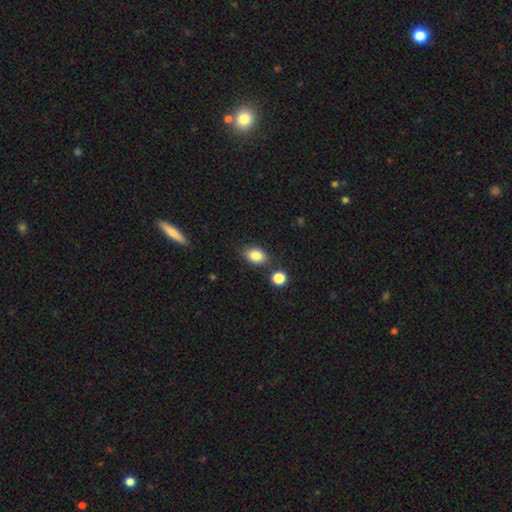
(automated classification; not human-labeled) smooth-or-featured: smooth: 84% | star or artifact: 9% | featured or disk: 7%
  how-rounded: in between: 81% | round: 18% | cigar-shaped: 2%
  merging: none: 76% | minor disturbance: 14% | merger: 7% | major disturbance: 3%